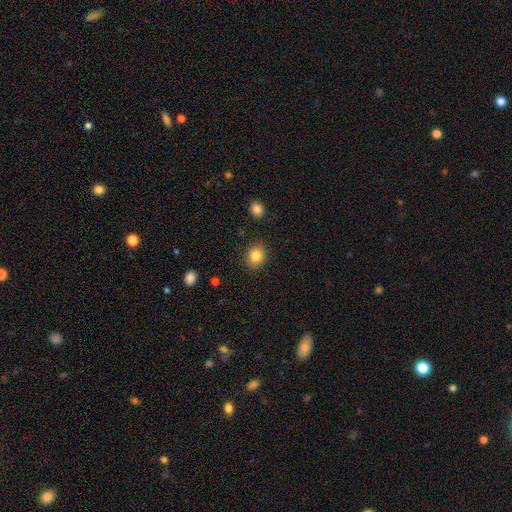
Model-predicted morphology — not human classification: This is clearly a smooth galaxy (84%). How rounded: likely round (66%). Merging: clearly none (88%).